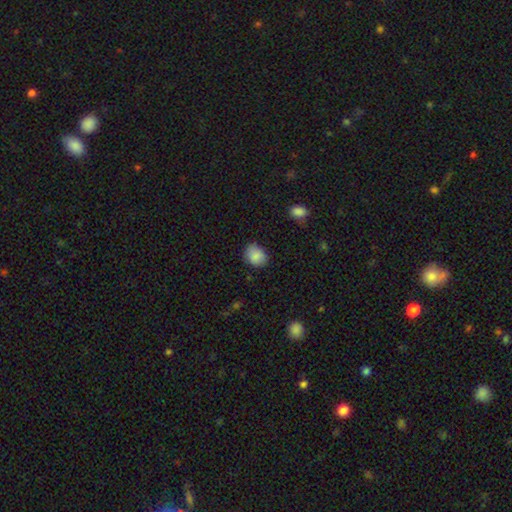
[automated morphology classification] smooth 87%, star or artifact 8%, featured or disk 5%. Down the decision tree: how rounded — in between (50%, tied with round); merging — none (74%).